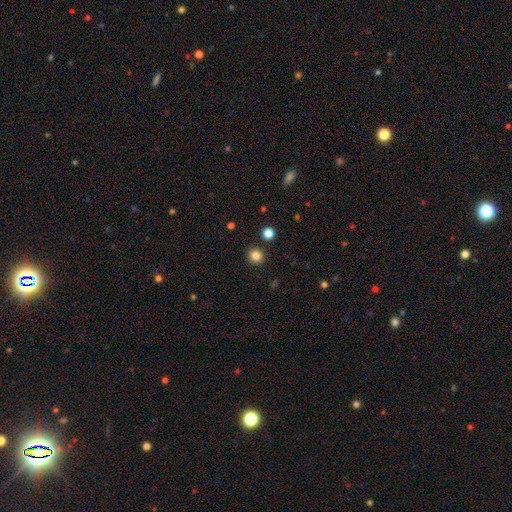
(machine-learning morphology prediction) Overall: smooth (84%). How rounded: round (91%). Merging: none (90%).